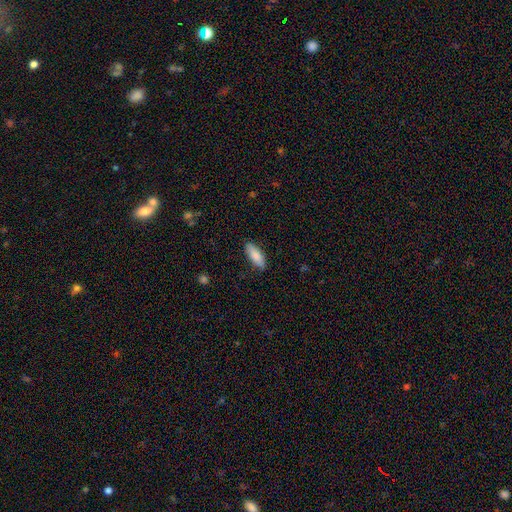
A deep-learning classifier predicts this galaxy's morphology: Smooth or featured?
  - smooth: 82% *
  - featured or disk: 12%
  - star or artifact: 6%
How rounded?
  - in between: 62% *
  - cigar-shaped: 36%
  - round: 2%
Merging?
  - none: 85% *
  - minor disturbance: 11%
  - major disturbance: 2%
  - merger: 1%